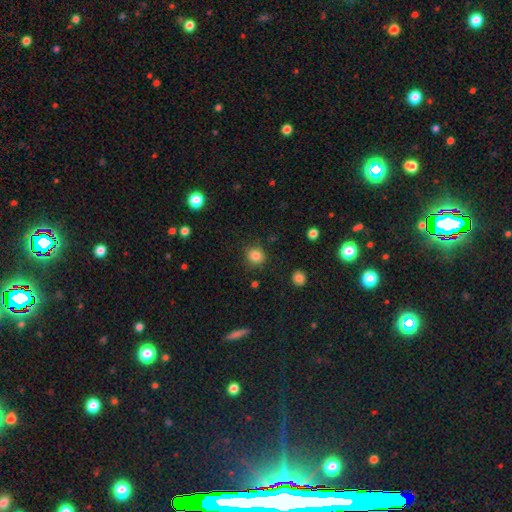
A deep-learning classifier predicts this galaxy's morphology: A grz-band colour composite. It shows a smooth galaxy with no disk features (83%) that is round (82%). Merging: none (84%).